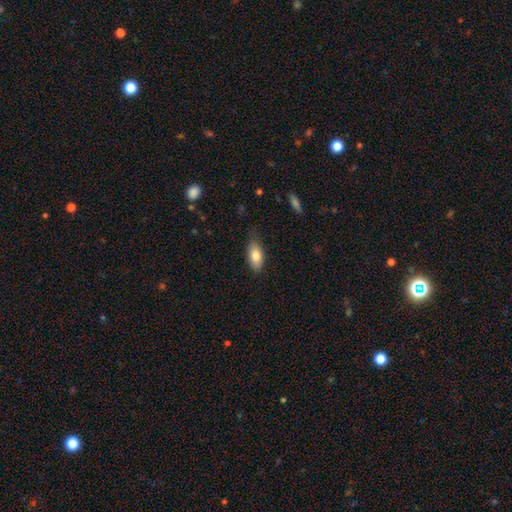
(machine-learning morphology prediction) Smooth or featured: smooth — 81% (featured or disk — 13%)
How rounded: in between — 89% (cigar-shaped — 8%)
Merging: none — 75% (minor disturbance — 21%)